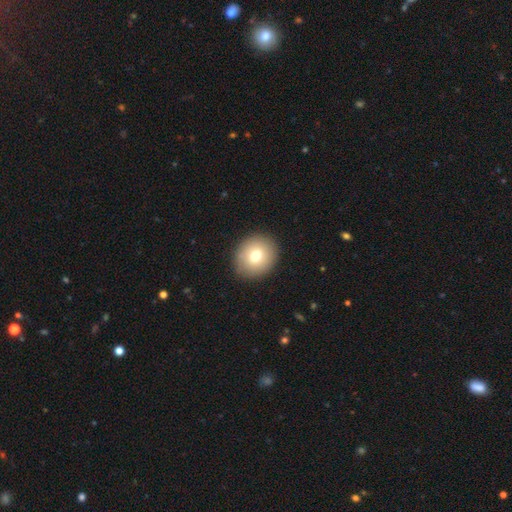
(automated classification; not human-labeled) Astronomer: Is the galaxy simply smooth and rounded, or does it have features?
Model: smooth — 74%.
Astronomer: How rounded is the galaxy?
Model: round — 76%.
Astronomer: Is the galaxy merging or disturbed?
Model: none — 90%.